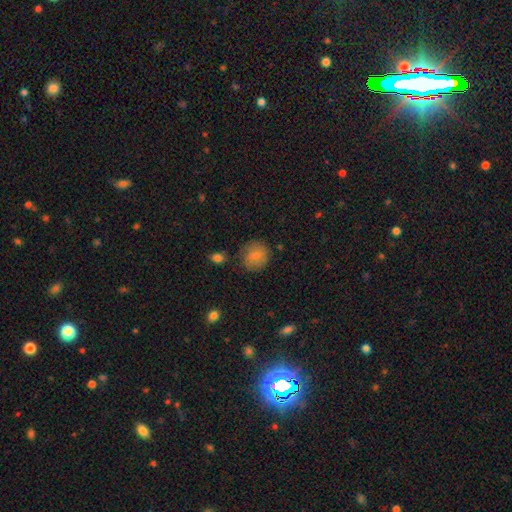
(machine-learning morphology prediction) smooth-or-featured: smooth: 81% | featured or disk: 11% | star or artifact: 8%
  how-rounded: round: 85% | in between: 14% | cigar-shaped: 1%
  merging: none: 75% | minor disturbance: 17% | major disturbance: 5% | merger: 3%